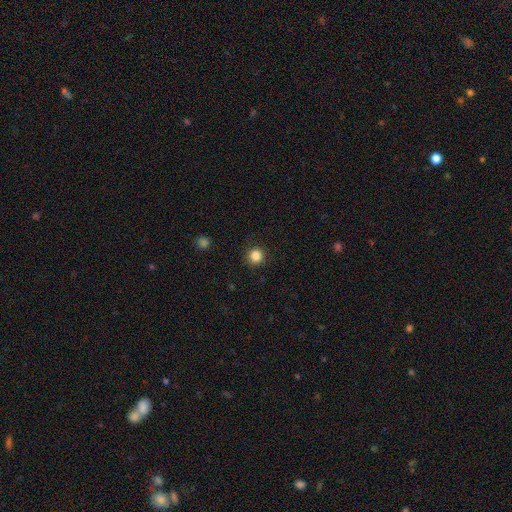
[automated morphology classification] Overall: smooth (86%). How rounded: round (94%). Merging: none (91%).